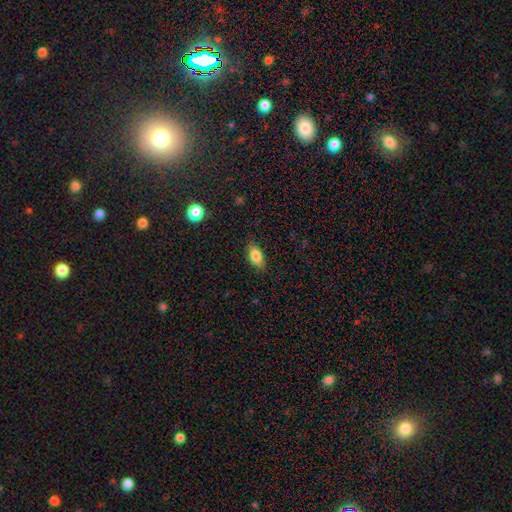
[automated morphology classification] Smooth or featured? smooth (83%)
How rounded? in between (88%)
Merging? none (83%)